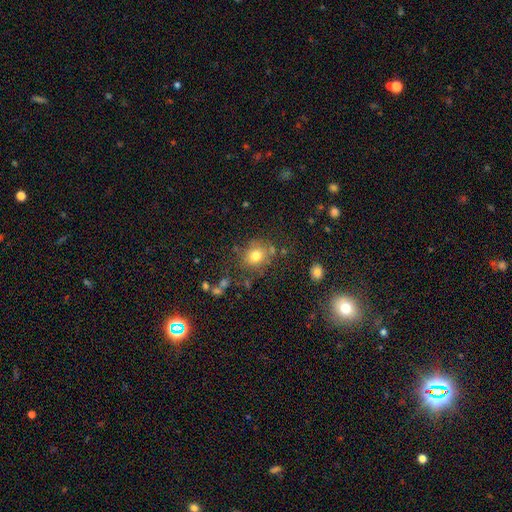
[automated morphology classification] This is likely a smooth galaxy (75%). How rounded: likely round (76%). Merging: likely none (76%).